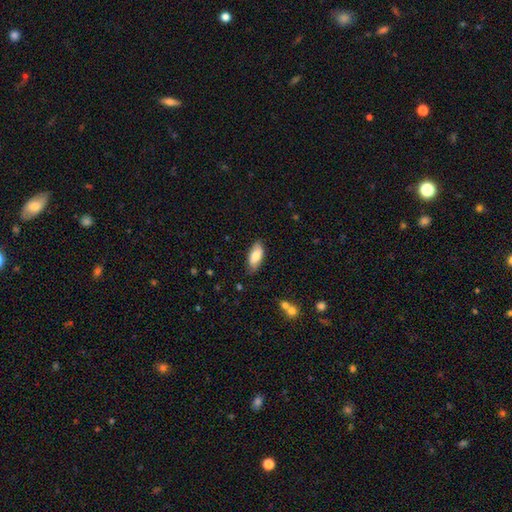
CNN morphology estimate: Smooth or featured?
  - smooth: 77% *
  - featured or disk: 17%
  - star or artifact: 6%
How rounded?
  - in between: 85% *
  - cigar-shaped: 13%
  - round: 2%
Merging?
  - none: 81% *
  - minor disturbance: 15%
  - major disturbance: 3%
  - merger: 2%